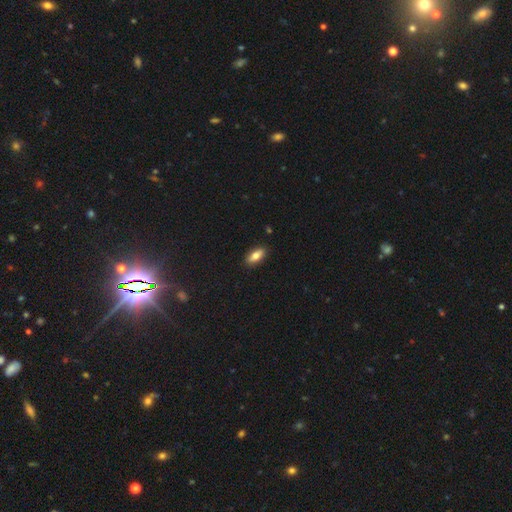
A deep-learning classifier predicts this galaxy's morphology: smooth_or_featured: smooth (p=0.80) [alt: featured or disk p=0.12]
how_rounded: in between (p=0.86) [alt: cigar-shaped p=0.11]
merging: none (p=0.88) [alt: minor disturbance p=0.09]